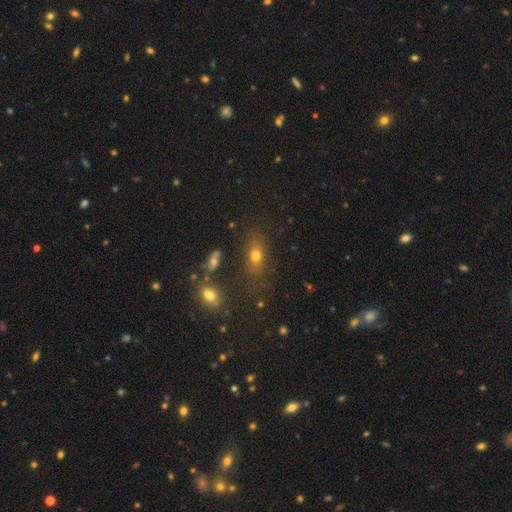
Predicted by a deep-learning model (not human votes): smooth 66%, star or artifact 18%, featured or disk 16%. Down the decision tree: how rounded — in between (71%); merging — none (74%).